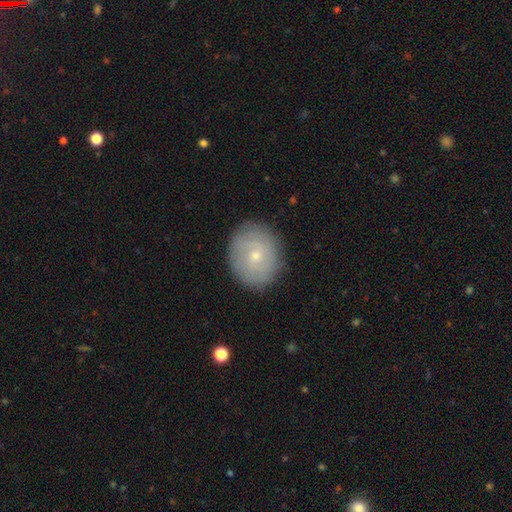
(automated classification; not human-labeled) smooth_or_featured: smooth (p=0.55) [alt: featured or disk p=0.37]
how_rounded: round (p=0.57) [alt: in between p=0.42]
merging: none (p=0.86) [alt: minor disturbance p=0.11]